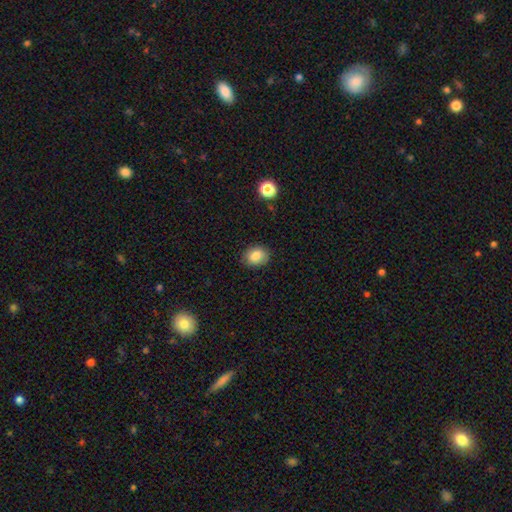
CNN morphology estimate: Smooth or featured?
  - smooth: 85% *
  - star or artifact: 9%
  - featured or disk: 6%
How rounded?
  - in between: 55% *
  - round: 44%
  - cigar-shaped: 1%
Merging?
  - none: 86% *
  - minor disturbance: 10%
  - major disturbance: 2%
  - merger: 1%